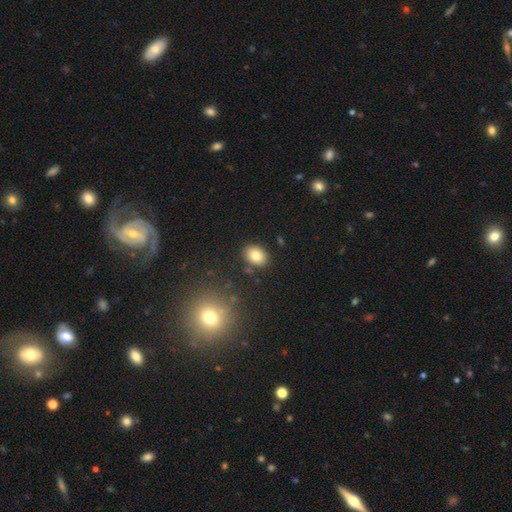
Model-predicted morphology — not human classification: This appears to be a smooth galaxy with no disk features (81%) that is in between round and cigar-shaped (70%). Merging: none (86%).